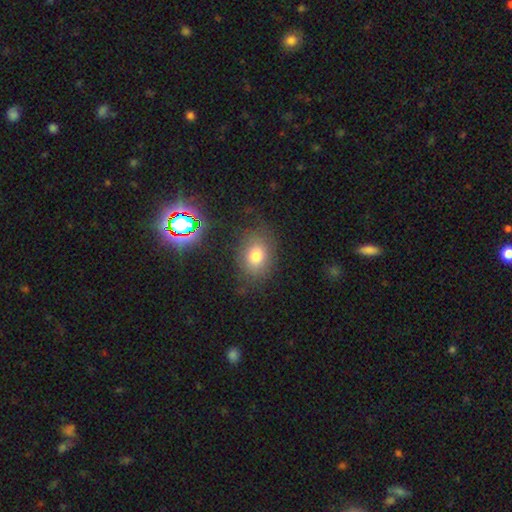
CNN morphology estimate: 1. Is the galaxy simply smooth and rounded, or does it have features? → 73% smooth, 15% star or artifact, 12% featured or disk.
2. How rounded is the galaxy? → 59% in between, 40% round, 1% cigar-shaped.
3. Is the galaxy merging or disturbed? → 75% none, 15% minor disturbance, 7% major disturbance, 3% merger.